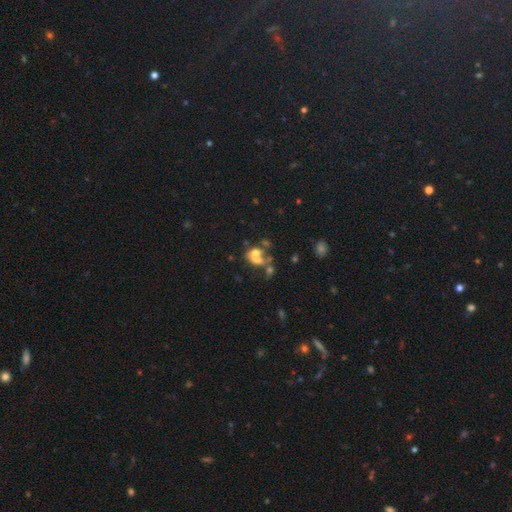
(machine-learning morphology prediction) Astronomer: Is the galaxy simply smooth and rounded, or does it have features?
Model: smooth — 51% (runner-up: featured or disk, 32%).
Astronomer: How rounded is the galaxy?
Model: in between — 67%.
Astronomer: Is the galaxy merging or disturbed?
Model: merger — 56%.